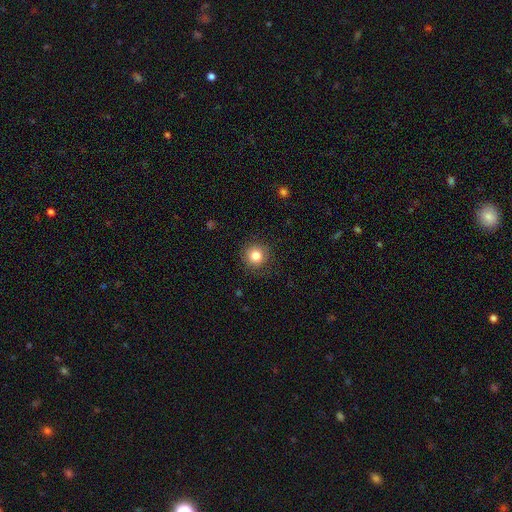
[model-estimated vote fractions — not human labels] This is clearly a smooth galaxy (83%). How rounded: clearly round (94%). Merging: clearly none (87%).